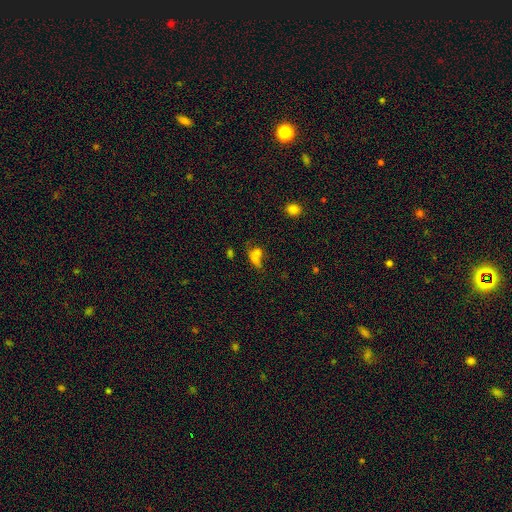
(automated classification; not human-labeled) Overall: smooth (64%). How rounded: in between (57%; round 33%). Merging: merger (49%; none 27%).